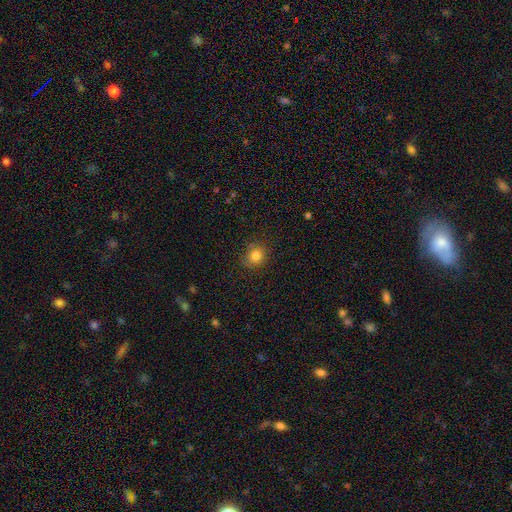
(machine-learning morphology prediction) Q: Smooth or featured?
A: smooth (82%); runner-up: star or artifact (12%)
Q: How rounded?
A: round (81%); runner-up: in between (18%)
Q: Merging?
A: none (82%); runner-up: minor disturbance (13%)